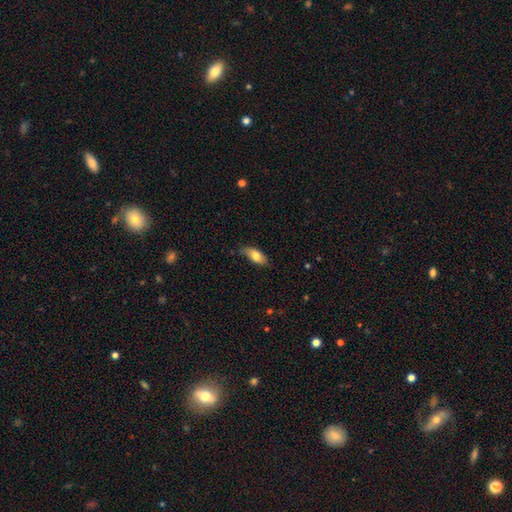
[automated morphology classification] type=smooth (75%); roundness=in between (83%); merging=none (73%).